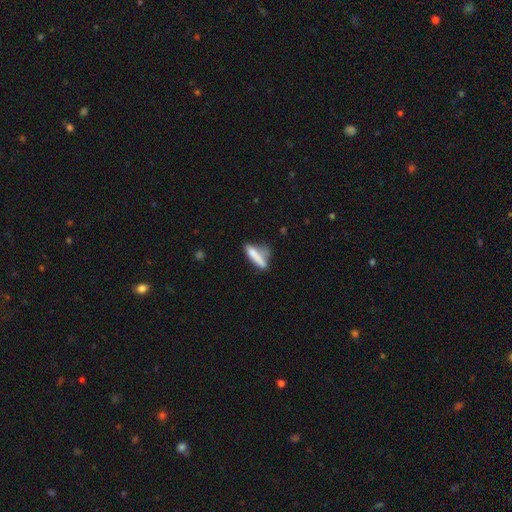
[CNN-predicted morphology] smooth 69%, featured or disk 23%, star or artifact 8%. Down the decision tree: how rounded — cigar-shaped (75%); merging — none (45%).